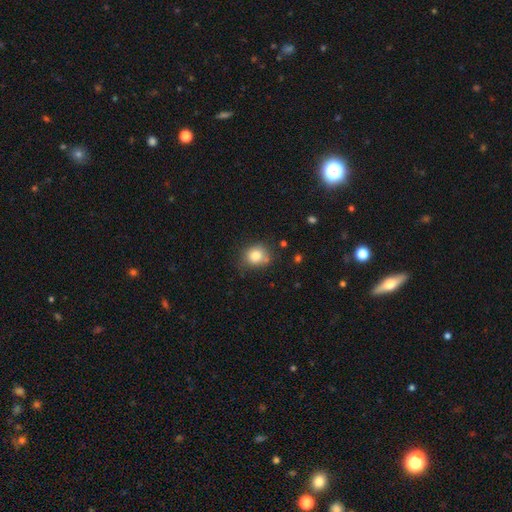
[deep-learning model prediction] Smooth or featured?
  - smooth: 82% *
  - star or artifact: 10%
  - featured or disk: 8%
How rounded?
  - round: 76% *
  - in between: 23%
  - cigar-shaped: 1%
Merging?
  - none: 69% *
  - minor disturbance: 21%
  - merger: 6%
  - major disturbance: 5%